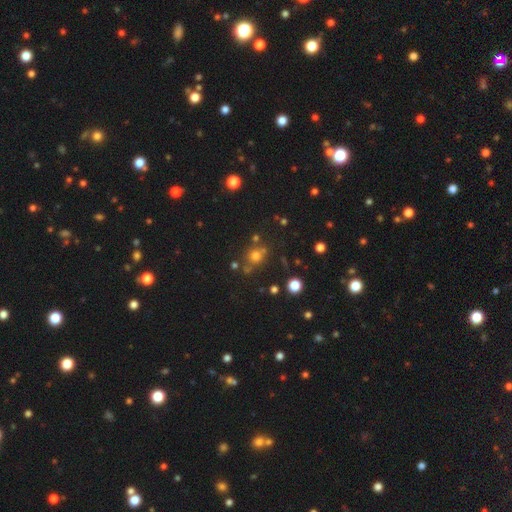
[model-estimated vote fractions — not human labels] smooth-or-featured: smooth: 69% | star or artifact: 21% | featured or disk: 10%
  how-rounded: round: 79% | in between: 20% | cigar-shaped: 1%
  merging: none: 69% | minor disturbance: 13% | merger: 13% | major disturbance: 5%